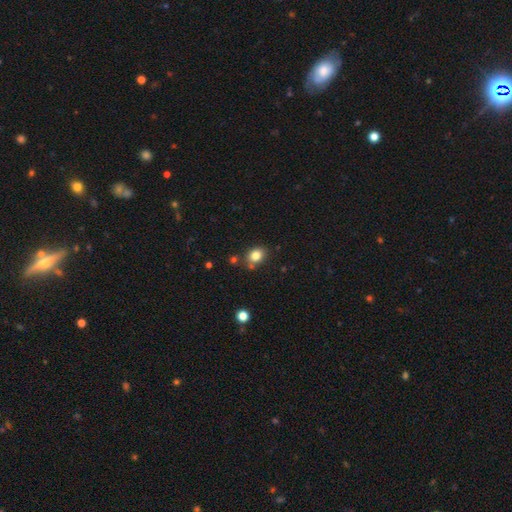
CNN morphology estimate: This appears to be a smooth galaxy with no disk features (82%) that is round (51%). Merging: none (75%).